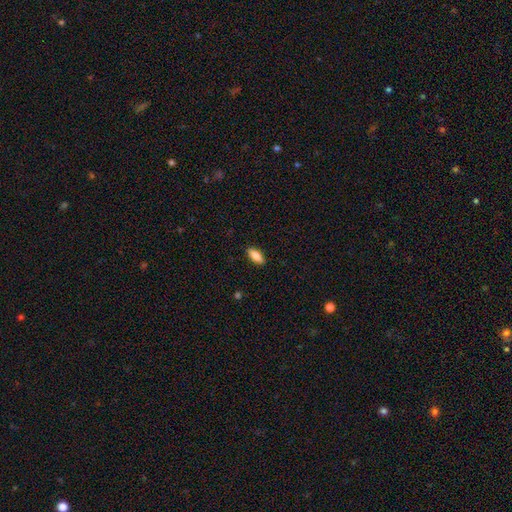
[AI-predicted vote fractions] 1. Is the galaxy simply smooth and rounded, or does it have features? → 86% smooth, 8% featured or disk, 6% star or artifact.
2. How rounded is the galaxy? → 79% in between, 19% cigar-shaped, 2% round.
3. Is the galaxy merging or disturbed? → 89% none, 8% minor disturbance, 2% major disturbance, 1% merger.